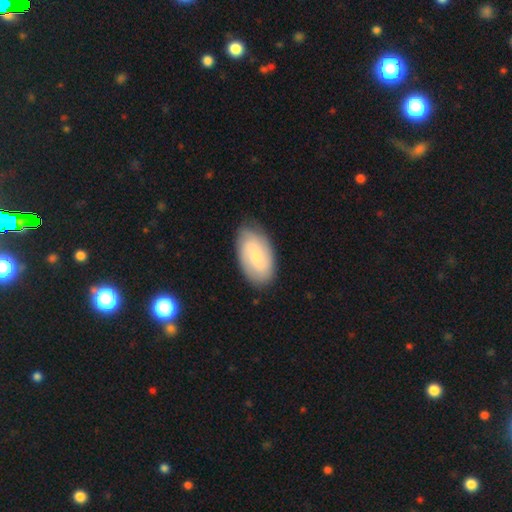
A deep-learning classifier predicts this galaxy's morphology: Smooth or featured? Predicted: smooth (p=0.50). How rounded? Predicted: in between (p=0.94). Merging? Predicted: none (p=0.79).